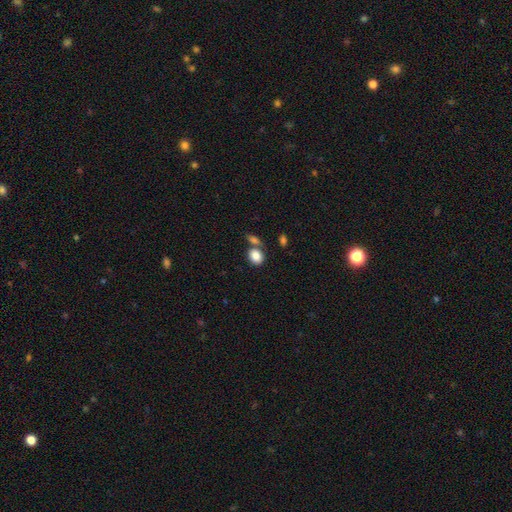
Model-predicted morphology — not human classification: A smooth galaxy with no disk features (85%) that is in between round and cigar-shaped (60%).

Vote fractions:
- Smooth or featured? smooth: 85% / star or artifact: 8% / featured or disk: 7%
- How rounded? in between: 60% / round: 38% / cigar-shaped: 1%
- Merging? none: 50% / merger: 33% / minor disturbance: 12% / major disturbance: 5%